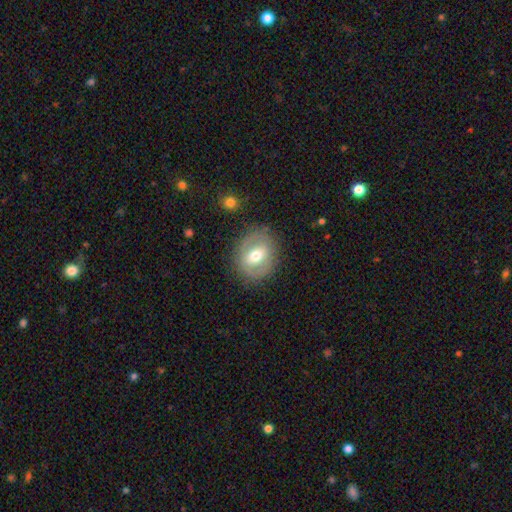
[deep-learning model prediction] smooth_or_featured: featured or disk (p=0.49) [alt: smooth p=0.44]
merging: none (p=0.80) [alt: minor disturbance p=0.13]